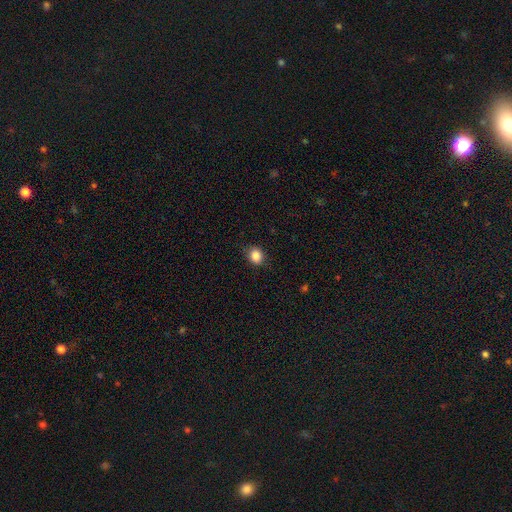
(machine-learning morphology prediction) smooth-or-featured: smooth: 86% | star or artifact: 10% | featured or disk: 4%
  how-rounded: round: 60% | in between: 39% | cigar-shaped: 1%
  merging: none: 81% | minor disturbance: 15% | major disturbance: 3% | merger: 1%